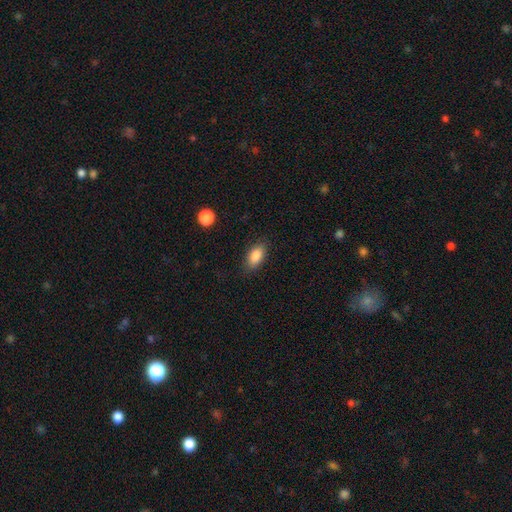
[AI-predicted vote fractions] The model was most divided on "merging": none: 84%, minor disturbance: 12%, major disturbance: 3%, merger: 1%. More confident: how rounded — in between (89%); smooth or featured — smooth (86%).